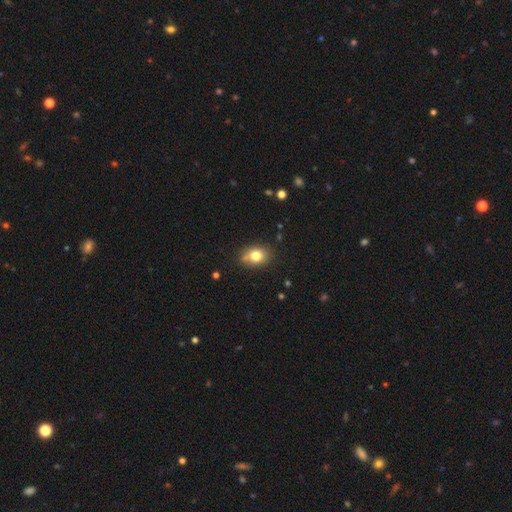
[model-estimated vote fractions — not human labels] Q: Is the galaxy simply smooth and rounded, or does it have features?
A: smooth — 78%.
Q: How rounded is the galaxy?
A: in between — 62%.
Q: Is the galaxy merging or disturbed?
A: none — 76%.